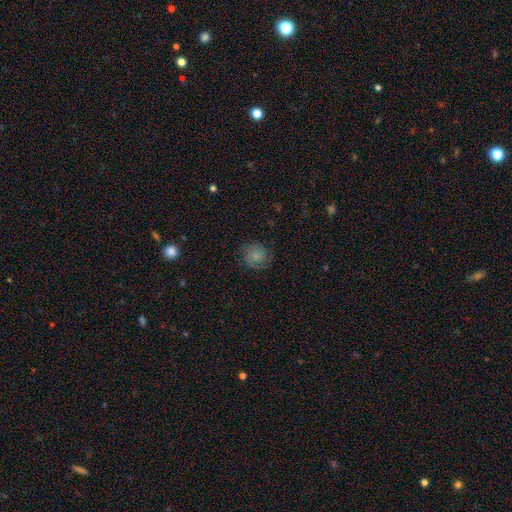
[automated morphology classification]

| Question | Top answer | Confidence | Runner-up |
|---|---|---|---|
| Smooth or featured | smooth | 57% | featured or disk (32%) |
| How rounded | round | 81% | in between (18%) |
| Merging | none | 76% | minor disturbance (16%) |